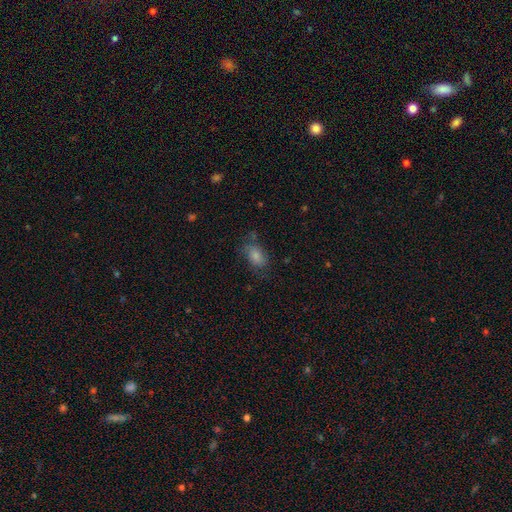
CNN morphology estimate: smooth 78%, featured or disk 13%, star or artifact 9%. Down the decision tree: how rounded — in between (87%); merging — none (59%).